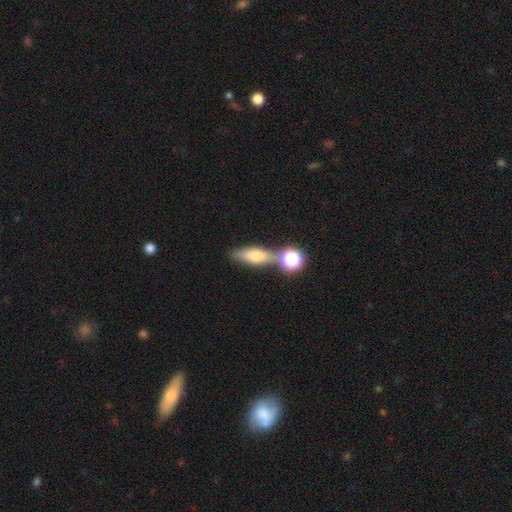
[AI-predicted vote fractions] smooth-or-featured: smooth: 62% | featured or disk: 26% | star or artifact: 12%
  how-rounded: in between: 55% | cigar-shaped: 36% | round: 9%
  merging: none: 58% | merger: 24% | minor disturbance: 13% | major disturbance: 5%